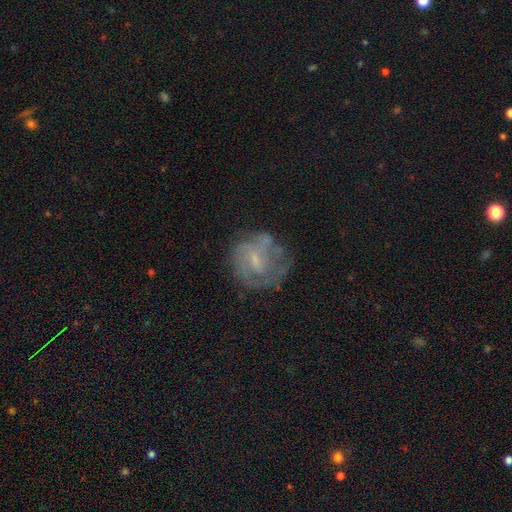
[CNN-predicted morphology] Q: Smooth or featured?
A: featured or disk (63%); runner-up: smooth (26%)
Q: Edge-on disk?
A: no (97%); runner-up: yes (3%)
Q: Bar?
A: weak (49%); runner-up: no (40%)
Q: Spiral arms?
A: yes (65%); runner-up: no (35%)
Q: Bulge size?
A: small (51%); runner-up: moderate (26%)
Q: Merging?
A: none (59%); runner-up: minor disturbance (21%)